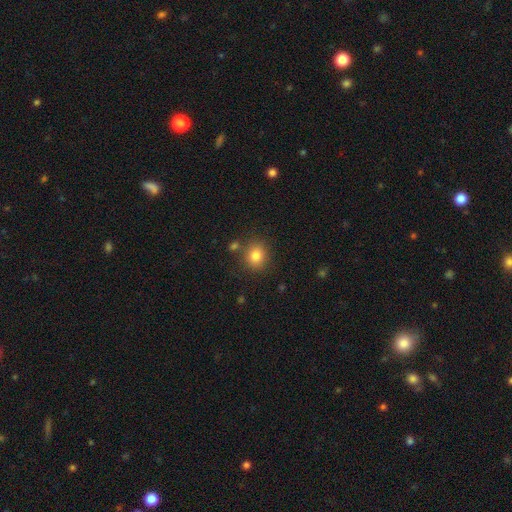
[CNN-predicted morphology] Overall: smooth (82%). How rounded: round (74%). Merging: none (80%).